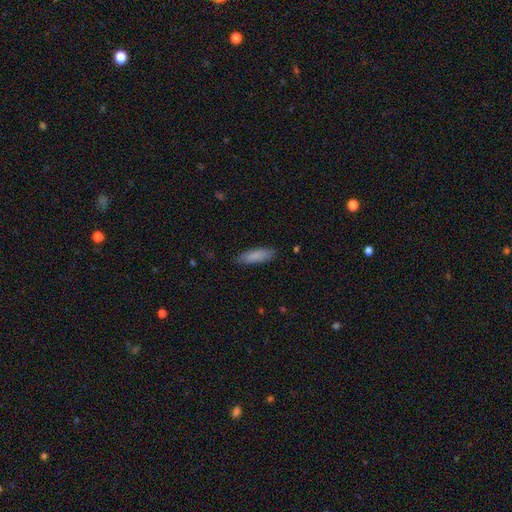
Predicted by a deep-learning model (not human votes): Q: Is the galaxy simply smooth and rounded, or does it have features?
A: smooth — 85%.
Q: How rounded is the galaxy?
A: cigar-shaped — 53%.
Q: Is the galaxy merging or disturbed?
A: none — 84%.